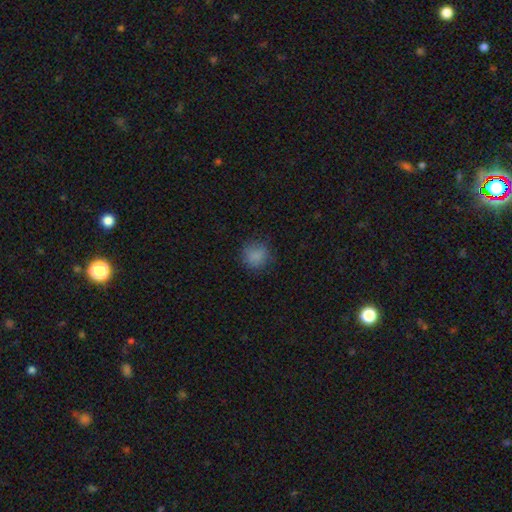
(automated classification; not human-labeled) The model was most divided on "merging": none: 82%, minor disturbance: 12%, major disturbance: 4%, merger: 1%. More confident: how rounded — round (88%); smooth or featured — smooth (83%).